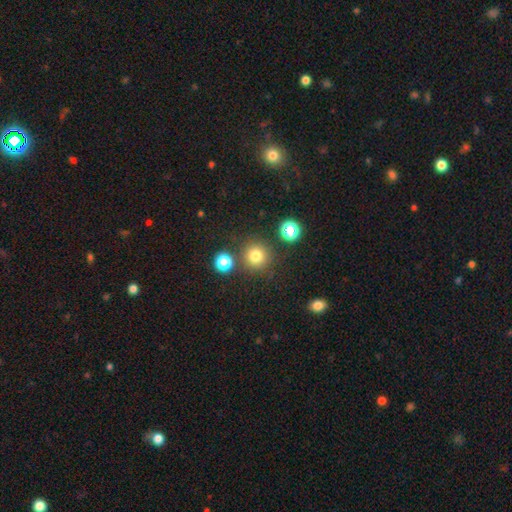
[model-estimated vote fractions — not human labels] The model was most divided on "smooth or featured": smooth: 76%, star or artifact: 17%, featured or disk: 7%. More confident: how rounded — round (95%); merging — none (83%).